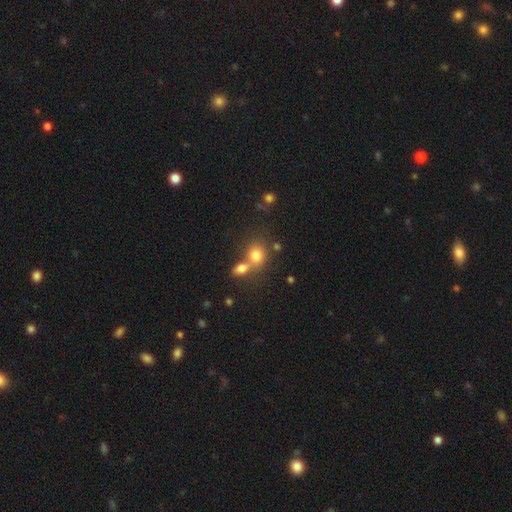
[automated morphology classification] Smooth or featured?
  - smooth: 77% *
  - star or artifact: 12%
  - featured or disk: 11%
How rounded?
  - round: 63% *
  - in between: 36%
  - cigar-shaped: 1%
Merging?
  - merger: 49% *
  - none: 39%
  - minor disturbance: 8%
  - major disturbance: 4%